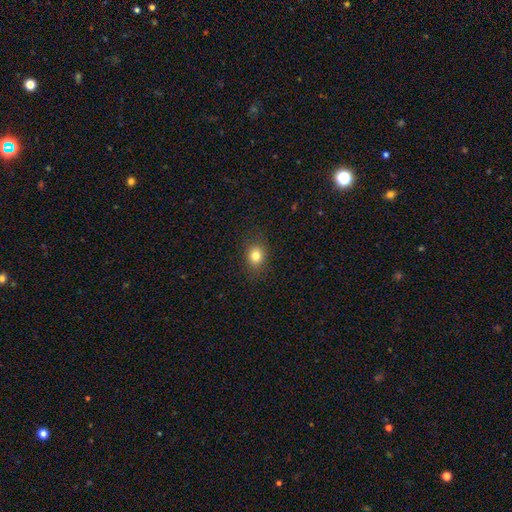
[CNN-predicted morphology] A smooth galaxy with no disk features (80%) that is round (59%).

Vote fractions:
- Smooth or featured? smooth: 80% / star or artifact: 12% / featured or disk: 8%
- How rounded? round: 59% / in between: 40% / cigar-shaped: 1%
- Merging? none: 87% / minor disturbance: 9% / major disturbance: 3% / merger: 1%